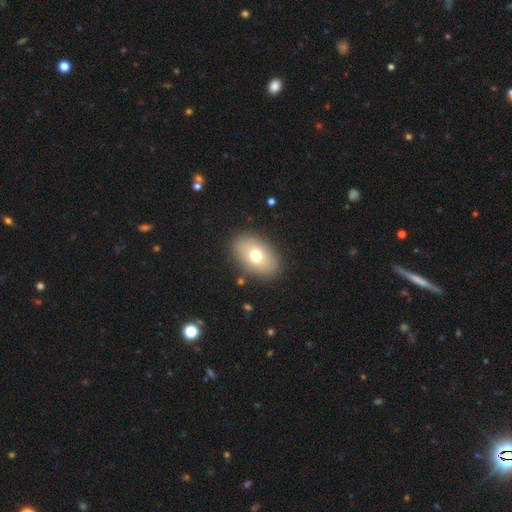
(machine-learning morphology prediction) The model was most divided on "smooth or featured": smooth: 71%, featured or disk: 20%, star or artifact: 9%. More confident: how rounded — in between (88%); merging — none (87%).